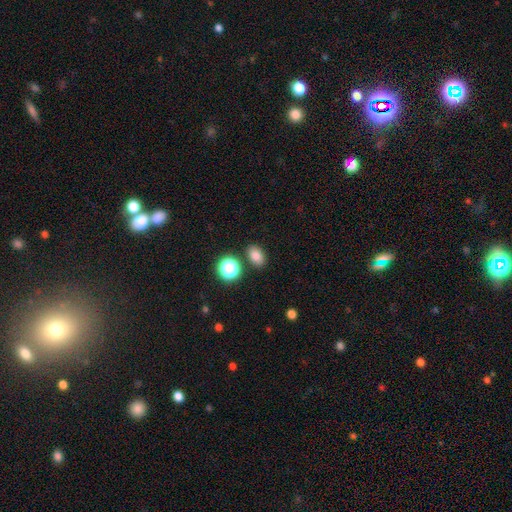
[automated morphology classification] smooth-or-featured: smooth: 79% | star or artifact: 14% | featured or disk: 7%
  how-rounded: in between: 75% | round: 24% | cigar-shaped: 1%
  merging: none: 83% | minor disturbance: 9% | merger: 6% | major disturbance: 3%